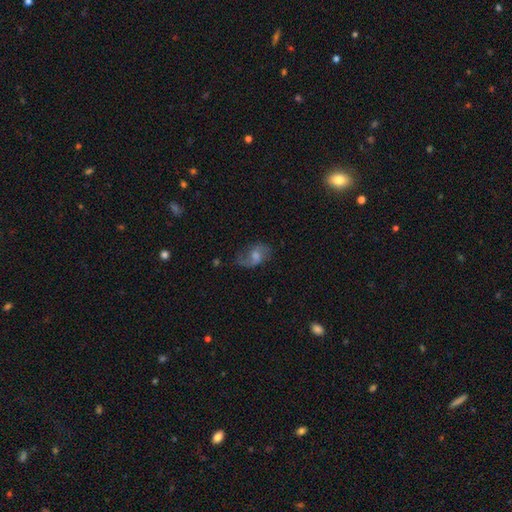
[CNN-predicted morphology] smooth_or_featured: featured or disk (p=0.69) [alt: smooth p=0.20]
disk_edge_on: no (p=0.96) [alt: yes p=0.04]
bar: no (p=0.50) [alt: weak p=0.42]
has_spiral_arms: yes (p=0.92) [alt: no p=0.08]
spiral_winding: loose (p=0.53) [alt: medium p=0.37]
spiral_arm_count: 2 (p=0.82) [alt: 1 p=0.08]
bulge_size: moderate (p=0.53) [alt: small p=0.30]
merging: none (p=0.68) [alt: minor disturbance p=0.20]